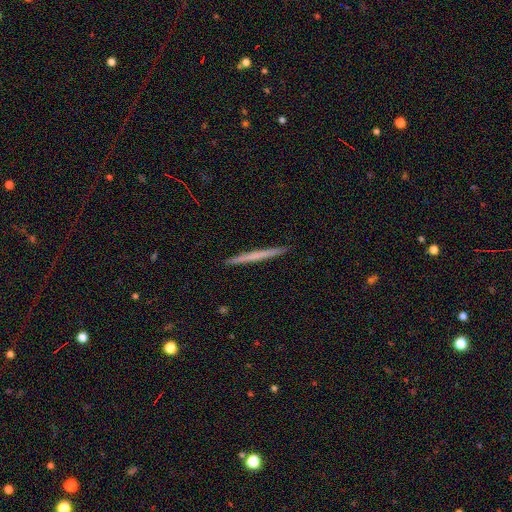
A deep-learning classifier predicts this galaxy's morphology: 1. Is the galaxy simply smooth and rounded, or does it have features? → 52% smooth, 43% featured or disk, 5% star or artifact.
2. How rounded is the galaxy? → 97% cigar-shaped, 2% in between, 1% round.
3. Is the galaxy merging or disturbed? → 93% none, 5% minor disturbance, 1% major disturbance, 1% merger.